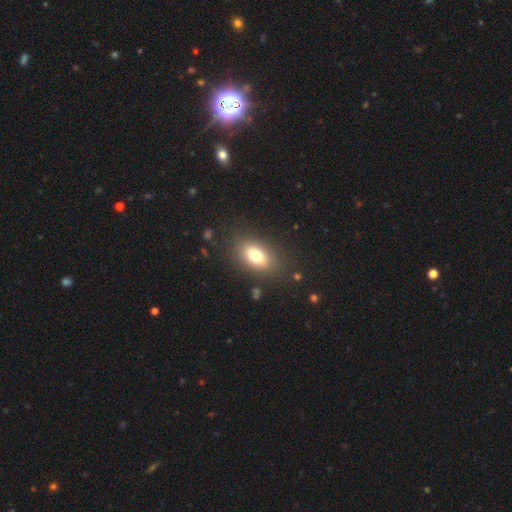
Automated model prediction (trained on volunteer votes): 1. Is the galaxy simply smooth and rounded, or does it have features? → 76% smooth, 14% featured or disk, 10% star or artifact.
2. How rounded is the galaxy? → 86% in between, 11% round, 3% cigar-shaped.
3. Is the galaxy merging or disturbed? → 84% none, 10% minor disturbance, 5% major disturbance, 2% merger.